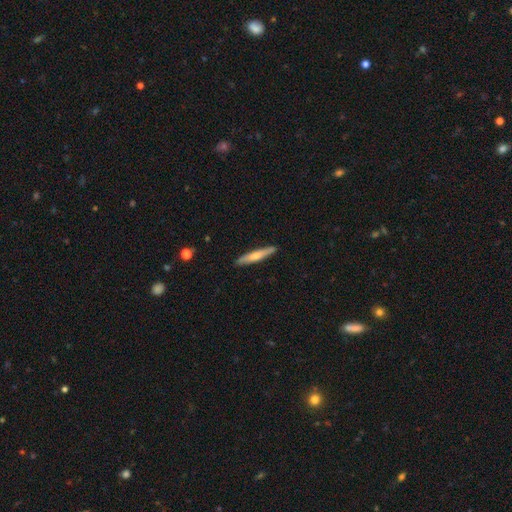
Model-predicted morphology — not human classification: Smooth or featured? Predicted: smooth (p=0.59). How rounded? Predicted: cigar-shaped (p=0.93). Merging? Predicted: none (p=0.90).